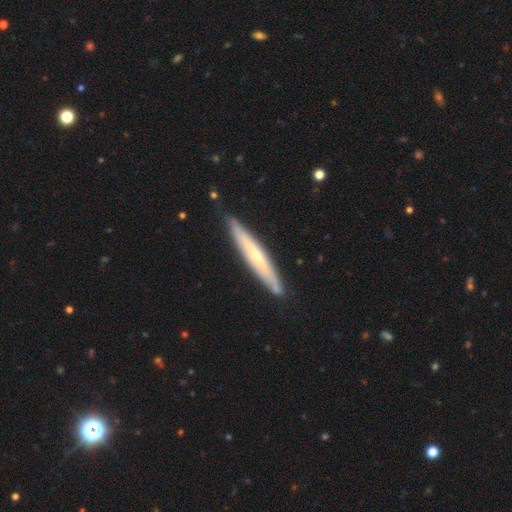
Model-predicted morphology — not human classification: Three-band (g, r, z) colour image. It shows a featured or disk galaxy (59%) viewed edge-on (87%) with a rounded central bulge (62%). Merging: none (84%).